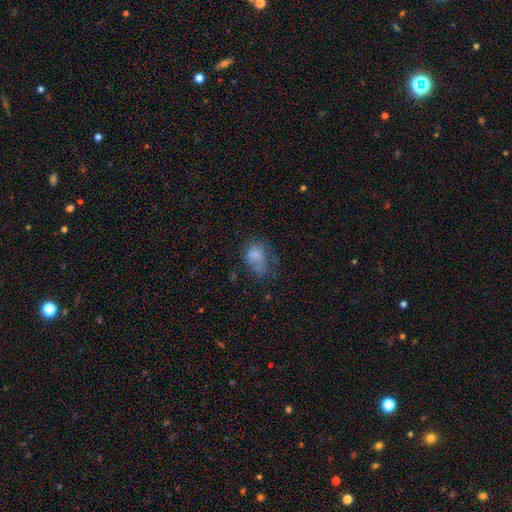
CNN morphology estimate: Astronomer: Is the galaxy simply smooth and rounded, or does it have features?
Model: smooth — 64%.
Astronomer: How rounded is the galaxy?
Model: in between — 69%.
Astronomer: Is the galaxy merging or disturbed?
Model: major disturbance — 37% (runner-up: none, 32%).